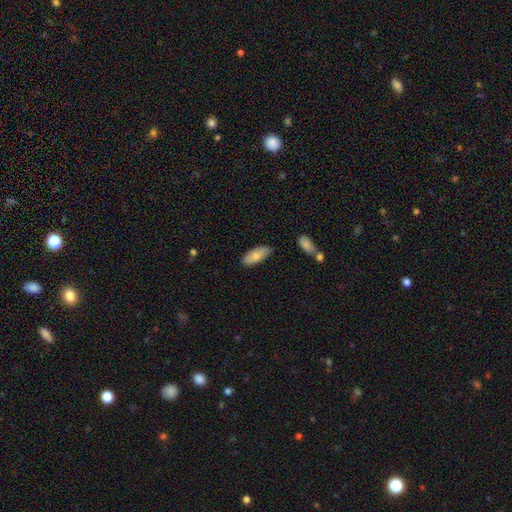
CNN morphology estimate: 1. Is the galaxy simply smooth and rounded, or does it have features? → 78% smooth, 16% featured or disk, 6% star or artifact.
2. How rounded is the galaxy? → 82% in between, 16% cigar-shaped, 2% round.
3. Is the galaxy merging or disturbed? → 82% none, 14% minor disturbance, 2% major disturbance, 2% merger.